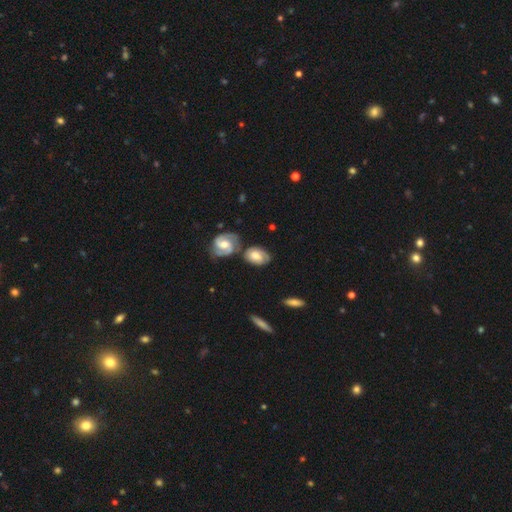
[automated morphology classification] Smooth or featured: featured or disk — 51% (smooth — 42%)
Edge-on disk: no — 94% (yes — 6%)
Merging: none — 53% (merger — 22%)